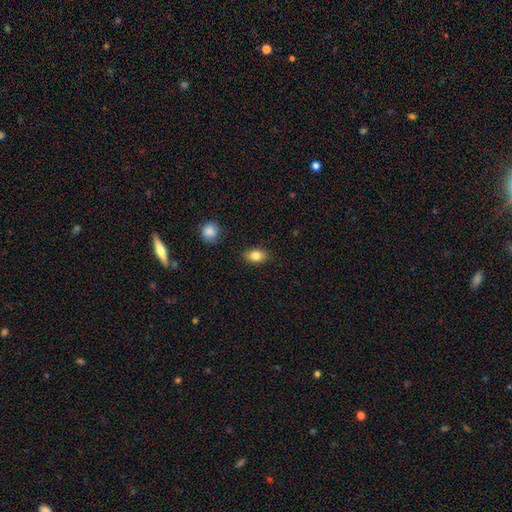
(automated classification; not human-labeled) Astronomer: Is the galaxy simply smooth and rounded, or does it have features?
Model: smooth — 83%.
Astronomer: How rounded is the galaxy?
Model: in between — 85%.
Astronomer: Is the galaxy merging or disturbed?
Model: none — 86%.